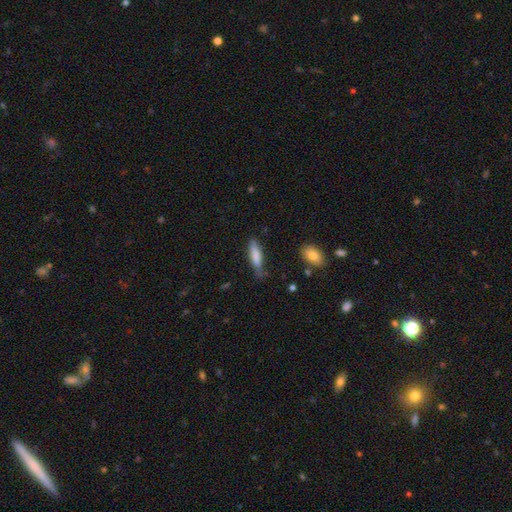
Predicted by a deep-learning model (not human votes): smooth 80%, featured or disk 14%, star or artifact 6%. Down the decision tree: how rounded — cigar-shaped (65%); merging — none (57%).